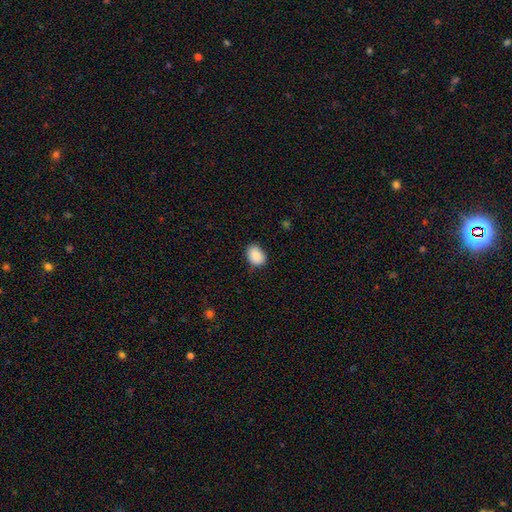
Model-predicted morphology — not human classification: smooth-or-featured: smooth: 89% | star or artifact: 8% | featured or disk: 3%
  how-rounded: in between: 73% | round: 26% | cigar-shaped: 1%
  merging: none: 79% | minor disturbance: 17% | major disturbance: 3% | merger: 1%